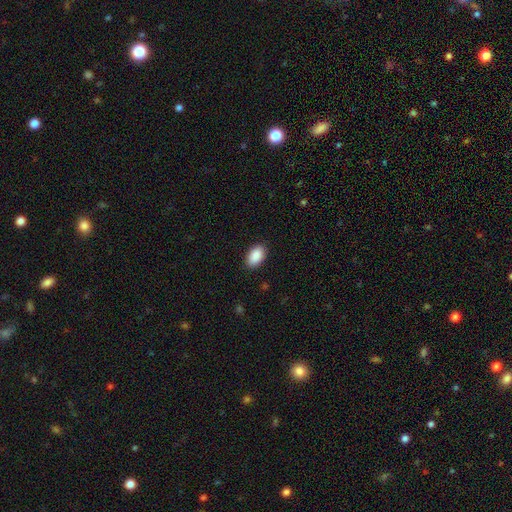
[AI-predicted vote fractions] Smooth or featured? Predicted: smooth (p=0.91). How rounded? Predicted: in between (p=0.93). Merging? Predicted: none (p=0.88).